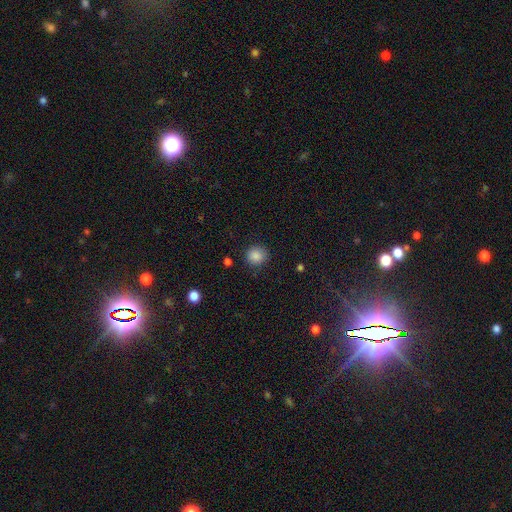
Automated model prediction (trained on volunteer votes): Morphology: type=smooth (87%); roundness=round (90%); merging=none (88%).